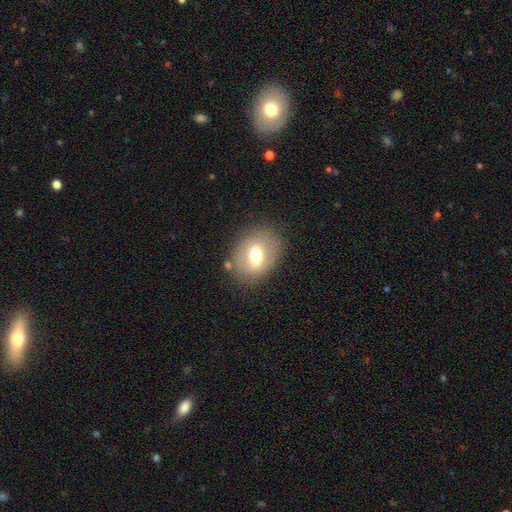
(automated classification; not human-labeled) smooth_or_featured: smooth (p=0.59) [alt: featured or disk p=0.31]
how_rounded: in between (p=0.62) [alt: round p=0.36]
merging: none (p=0.79) [alt: minor disturbance p=0.13]